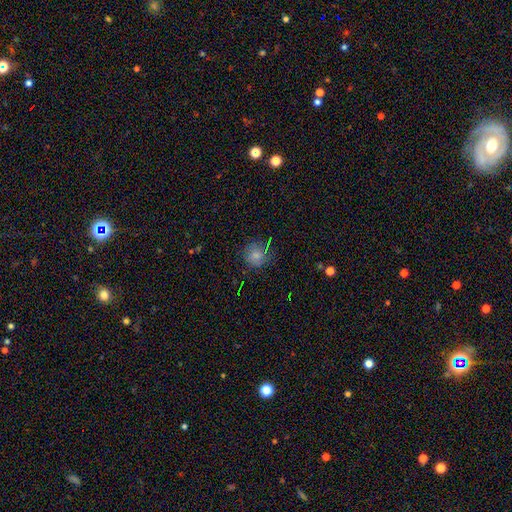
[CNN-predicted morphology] The model was most divided on "smooth or featured": smooth: 68%, star or artifact: 16%, featured or disk: 16%. More confident: how rounded — round (86%); merging — none (73%).